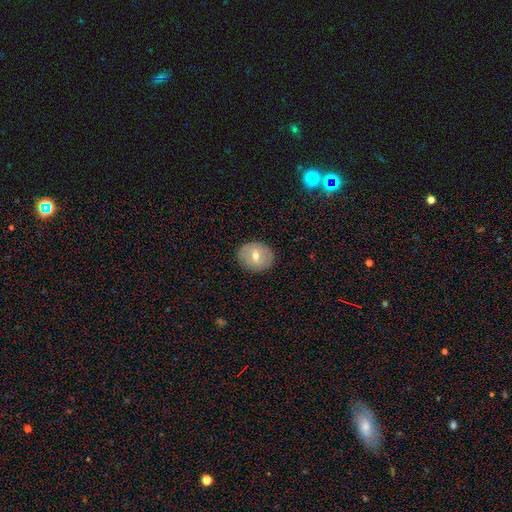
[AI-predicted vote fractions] smooth_or_featured: smooth (p=0.53) [alt: featured or disk p=0.39]
how_rounded: round (p=0.61) [alt: in between p=0.38]
merging: none (p=0.86) [alt: minor disturbance p=0.10]